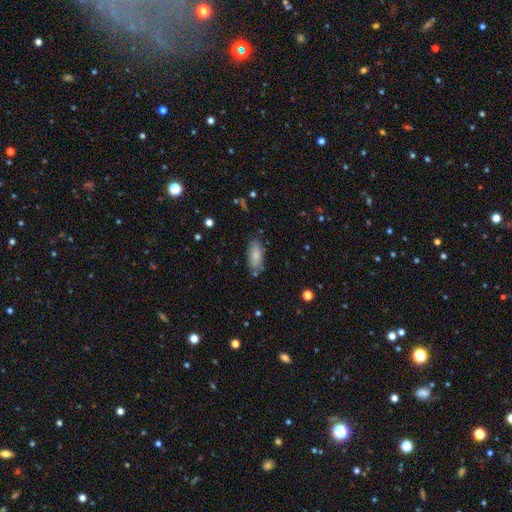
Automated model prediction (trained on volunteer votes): This appears to be a smooth galaxy with no disk features (80%) that is in between round and cigar-shaped (86%). Merging: none (79%).